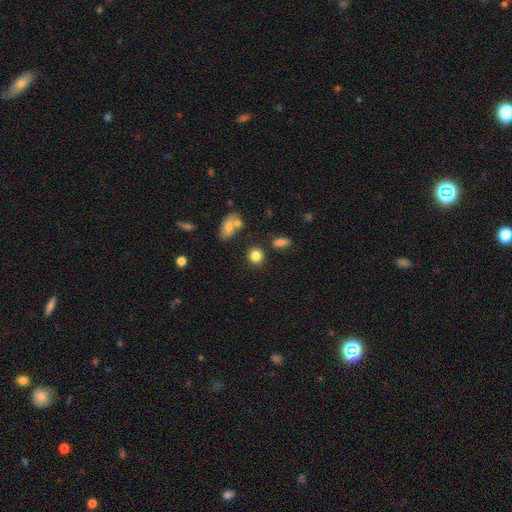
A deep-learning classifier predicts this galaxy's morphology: Smooth or featured?
  - smooth: 83% *
  - star or artifact: 11%
  - featured or disk: 6%
How rounded?
  - round: 82% *
  - in between: 16%
  - cigar-shaped: 1%
Merging?
  - none: 82% *
  - minor disturbance: 9%
  - merger: 7%
  - major disturbance: 3%